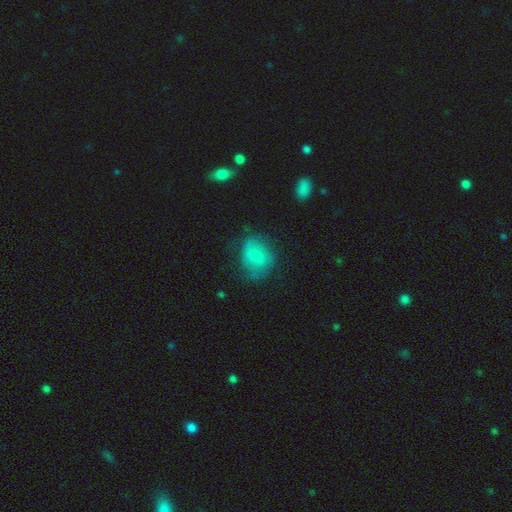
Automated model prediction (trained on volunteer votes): A smooth galaxy with no disk features (63%) that is round (56%).

Vote fractions:
- Smooth or featured? smooth: 63% / featured or disk: 28% / star or artifact: 8%
- How rounded? round: 56% / in between: 43% / cigar-shaped: 1%
- Merging? none: 57% / minor disturbance: 28% / major disturbance: 13% / merger: 2%